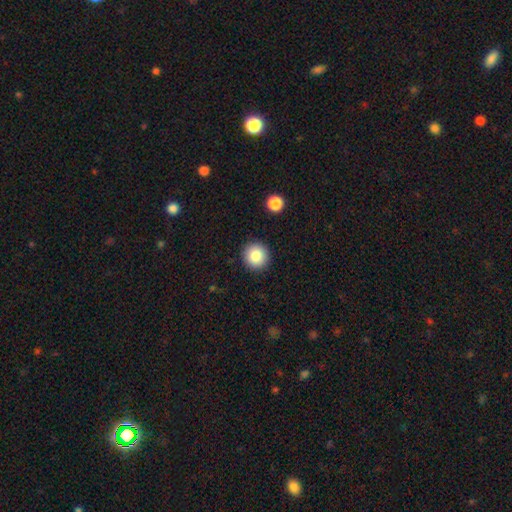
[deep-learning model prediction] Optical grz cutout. It shows a smooth galaxy with no disk features (85%) that is round (95%). Merging: none (91%).